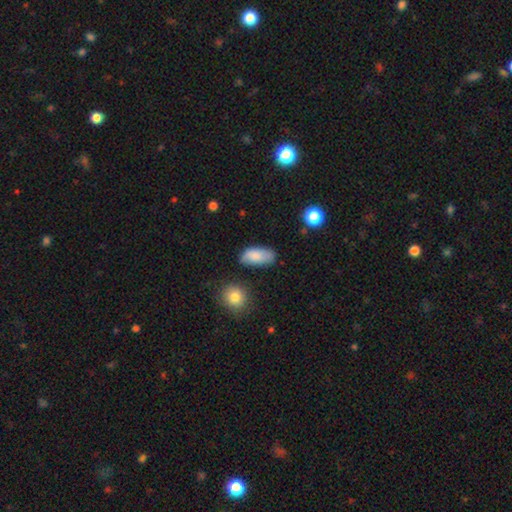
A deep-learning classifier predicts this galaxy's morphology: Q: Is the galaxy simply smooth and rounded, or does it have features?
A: smooth — 82%.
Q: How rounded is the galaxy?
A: in between — 91%.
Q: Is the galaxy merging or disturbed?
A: none — 70%.